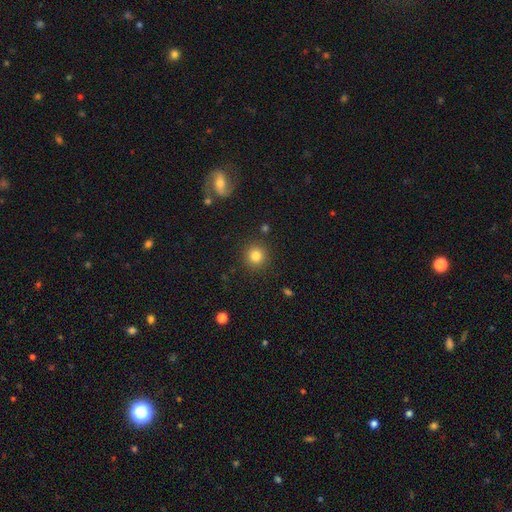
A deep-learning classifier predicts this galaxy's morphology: This appears to be a smooth galaxy with no disk features (82%) that is round (93%). Merging: none (89%).